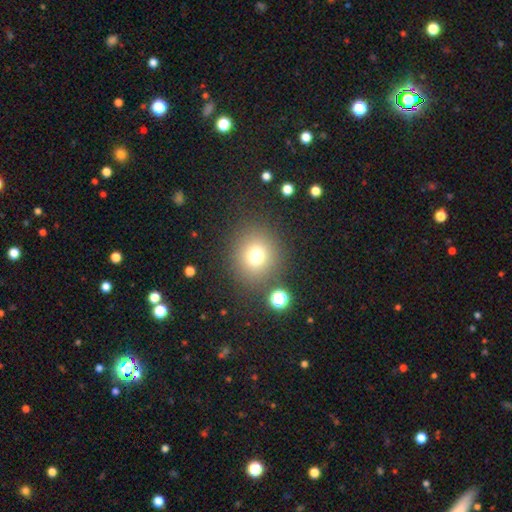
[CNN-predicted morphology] Smooth or featured: smooth — 74% (star or artifact — 17%)
How rounded: round — 87% (in between — 12%)
Merging: none — 83% (minor disturbance — 8%)